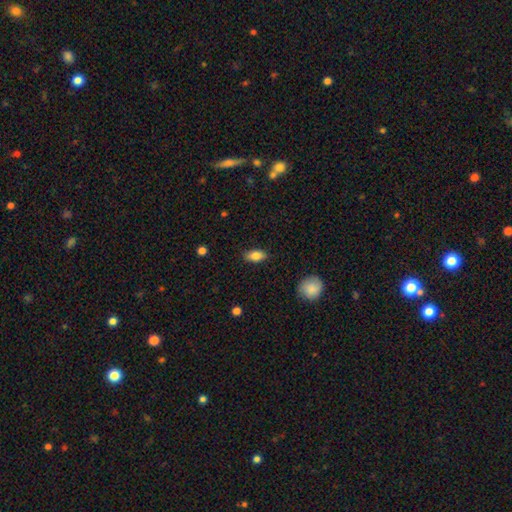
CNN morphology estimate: smooth 83%, featured or disk 9%, star or artifact 8%. Down the decision tree: how rounded — in between (88%); merging — none (85%).